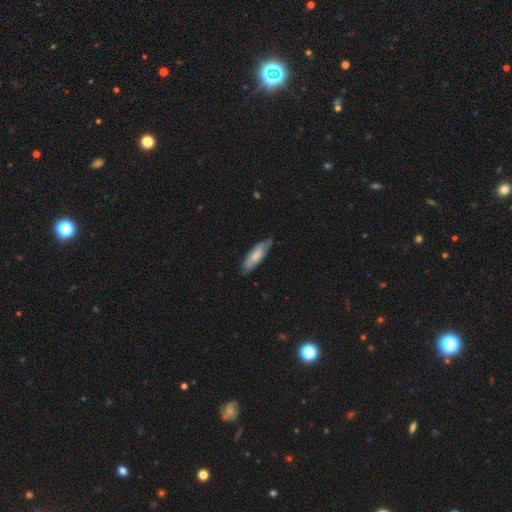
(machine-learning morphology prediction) smooth_or_featured: smooth (p=0.63) [alt: featured or disk p=0.31]
how_rounded: cigar-shaped (p=0.51) [alt: in between p=0.47]
merging: none (p=0.75) [alt: minor disturbance p=0.20]